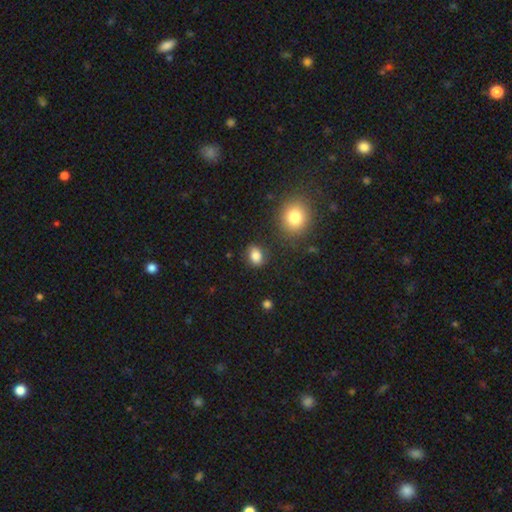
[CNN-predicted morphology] Smooth or featured?
  - smooth: 84% *
  - star or artifact: 10%
  - featured or disk: 6%
How rounded?
  - in between: 65% *
  - round: 34%
  - cigar-shaped: 2%
Merging?
  - none: 83% *
  - minor disturbance: 11%
  - merger: 3%
  - major disturbance: 3%